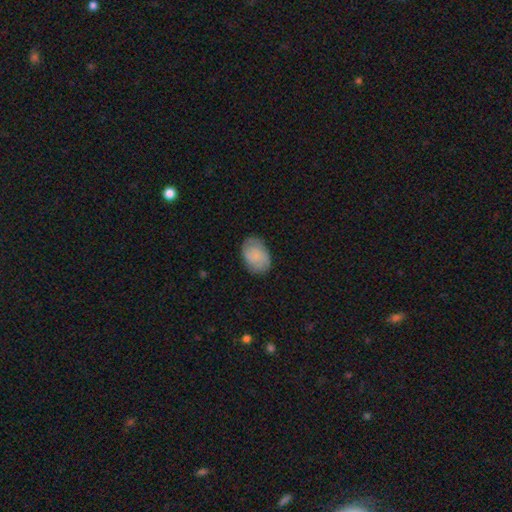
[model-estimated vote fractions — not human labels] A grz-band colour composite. It shows a smooth galaxy with no disk features (75%) that is in between round and cigar-shaped (82%). Merging: none (77%).